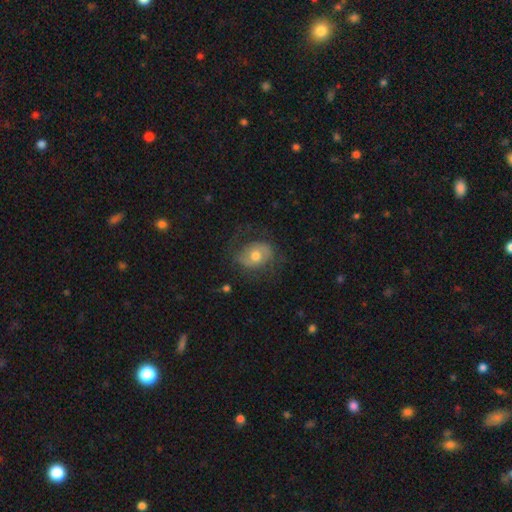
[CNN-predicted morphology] Smooth or featured? Predicted: featured or disk (p=0.51). Edge-on disk? Predicted: no (p=0.96). Merging? Predicted: none (p=0.61).